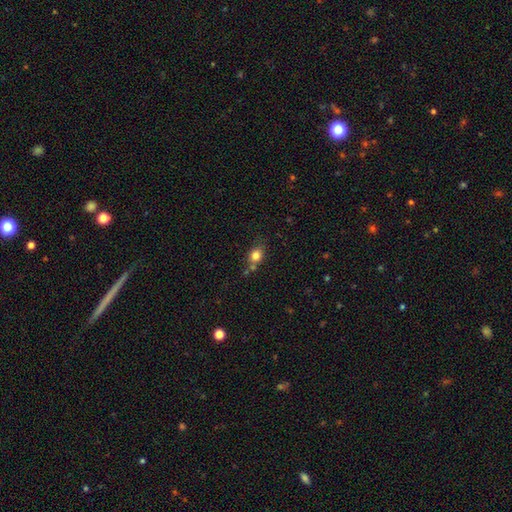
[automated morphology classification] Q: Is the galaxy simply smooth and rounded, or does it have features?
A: smooth — 80%.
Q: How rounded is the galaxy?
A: round — 58%.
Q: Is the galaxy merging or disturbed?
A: none — 61%.